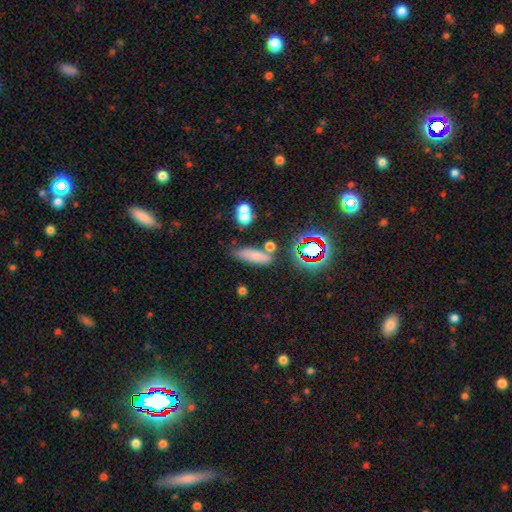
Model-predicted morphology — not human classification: A smooth galaxy with no disk features (68%) that is cigar-shaped (55%). Merging: none (67%).